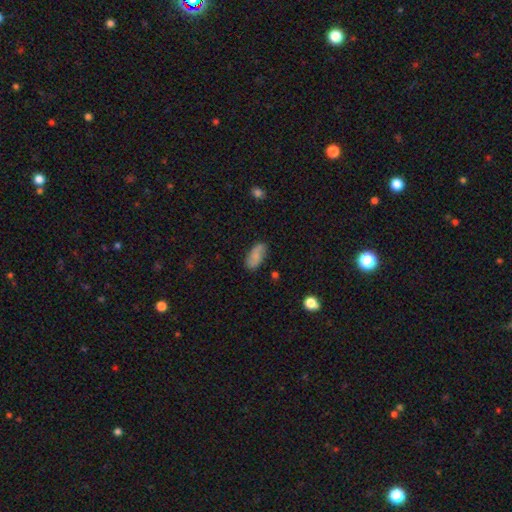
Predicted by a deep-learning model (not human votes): smooth 55%, featured or disk 36%, star or artifact 8%. Down the decision tree: how rounded — in between (90%); merging — none (78%).